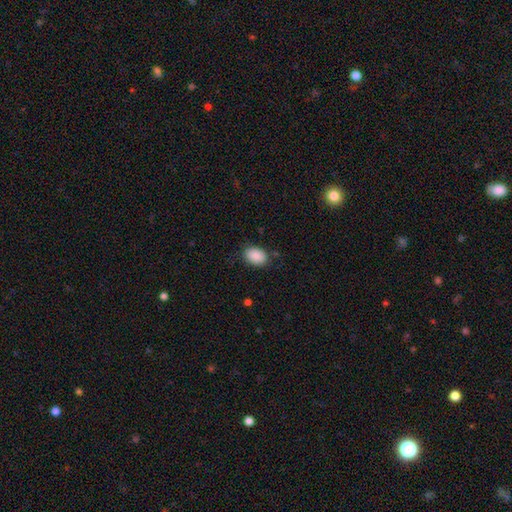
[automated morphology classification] smooth 89%, star or artifact 7%, featured or disk 3%. Down the decision tree: how rounded — in between (80%); merging — none (84%).